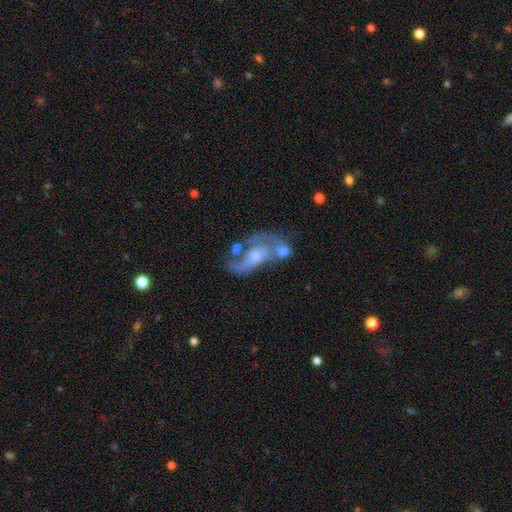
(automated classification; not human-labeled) The model was most divided on "bulge size" (2-way tie): small: 41%, moderate: 41%, none: 11%, large: 6%, dominant: 2%. Remaining: edge-on disk — no (93%); spiral arms — yes (84%); smooth or featured — featured or disk (76%); spiral arm count — 2 (68%); bar — no (60%); spiral winding — medium (43%); merging — none (35%).